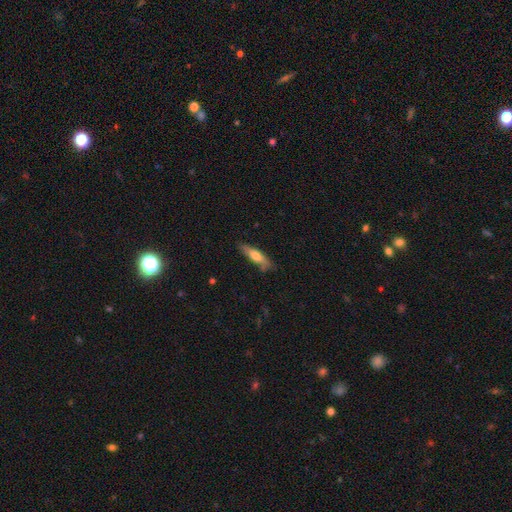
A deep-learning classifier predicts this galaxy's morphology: This appears to be a smooth galaxy with no disk features (61%) that is cigar-shaped (73%). Merging: none (77%).